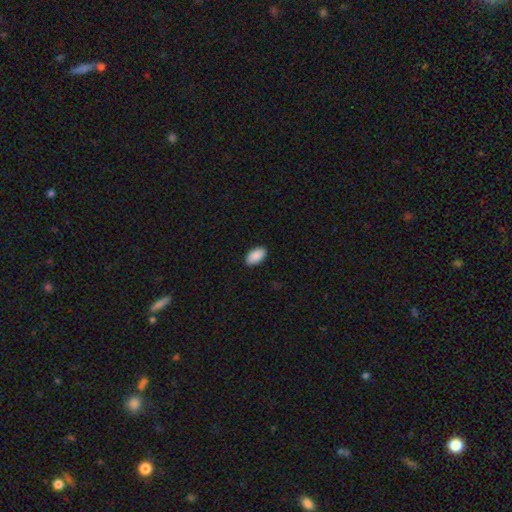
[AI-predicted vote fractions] Morphology: type=smooth (91%); roundness=in between (95%); merging=none (90%).